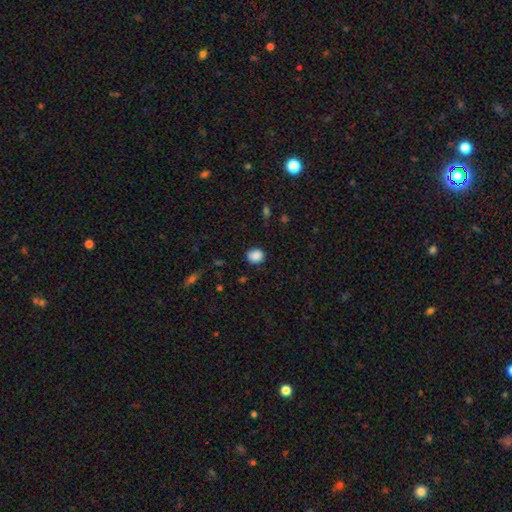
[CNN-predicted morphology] Q: Smooth or featured?
A: smooth (87%); runner-up: star or artifact (9%)
Q: How rounded?
A: round (79%); runner-up: in between (20%)
Q: Merging?
A: none (84%); runner-up: minor disturbance (12%)